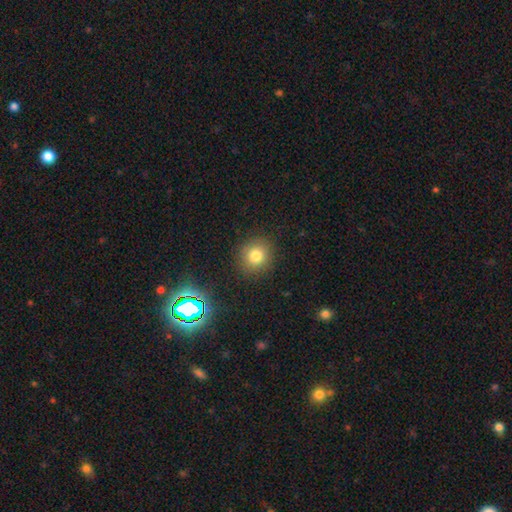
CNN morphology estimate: Q: Smooth or featured?
A: smooth (78%); runner-up: star or artifact (14%)
Q: How rounded?
A: round (86%); runner-up: in between (13%)
Q: Merging?
A: none (88%); runner-up: minor disturbance (8%)